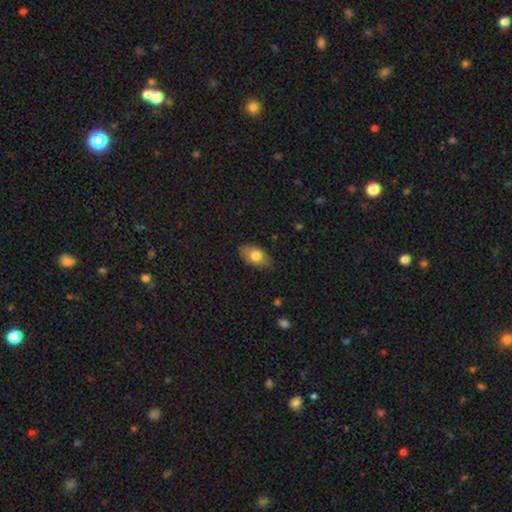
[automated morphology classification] smooth_or_featured: smooth (p=0.77) [alt: featured or disk p=0.15]
how_rounded: in between (p=0.89) [alt: round p=0.08]
merging: none (p=0.81) [alt: minor disturbance p=0.15]